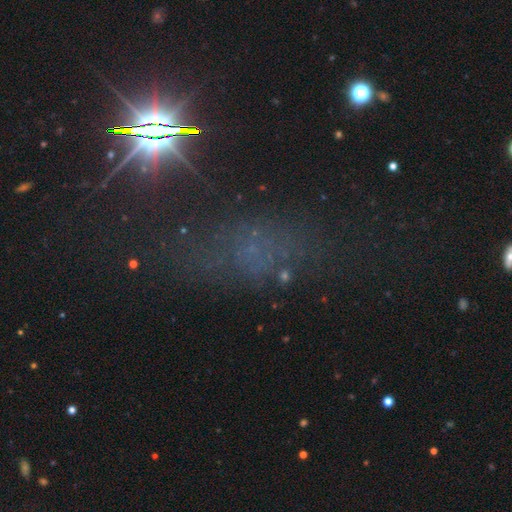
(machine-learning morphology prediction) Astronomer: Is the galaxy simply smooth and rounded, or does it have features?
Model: star or artifact — 56%.